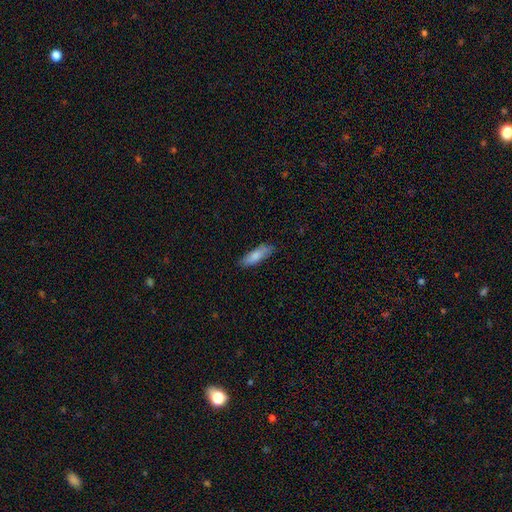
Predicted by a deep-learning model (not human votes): This appears to be a smooth galaxy with no disk features (82%) that is cigar-shaped (50%). Merging: none (80%).